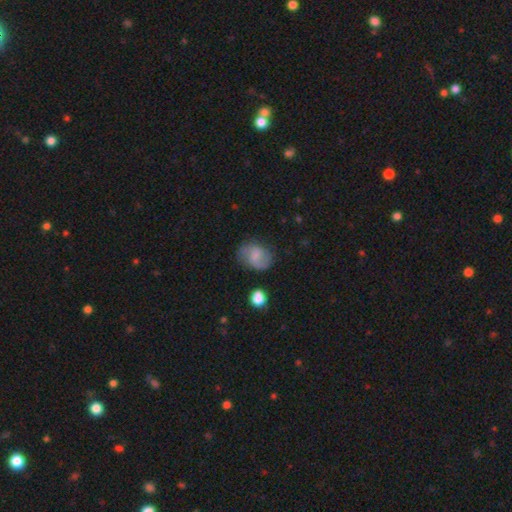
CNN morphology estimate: This is possibly a smooth galaxy (59%). How rounded: likely in between (61%). Merging: likely none (64%).